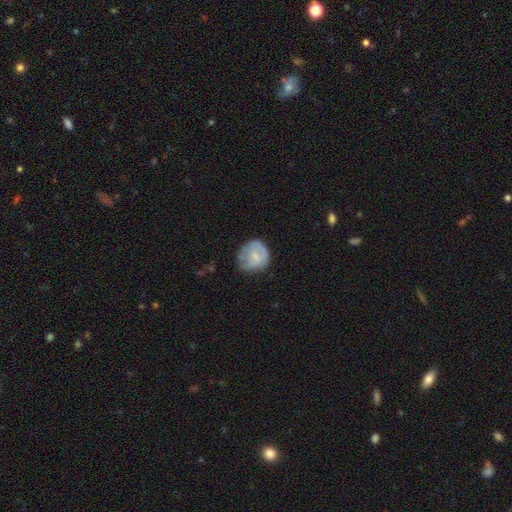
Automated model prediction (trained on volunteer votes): Smooth or featured? Predicted: smooth (p=0.64). How rounded? Predicted: round (p=0.80). Merging? Predicted: none (p=0.61).